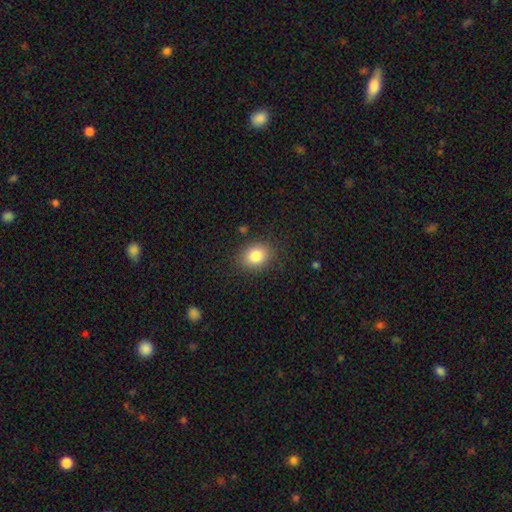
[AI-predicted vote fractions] Morphology: type=smooth (83%); roundness=in between (53%); merging=none (86%).